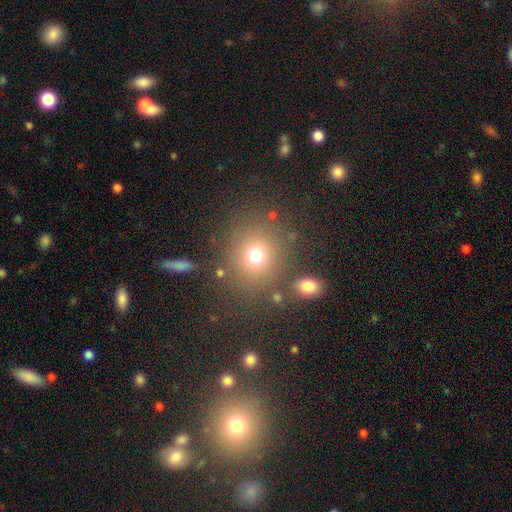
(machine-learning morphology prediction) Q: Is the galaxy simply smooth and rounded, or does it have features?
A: smooth — 72%.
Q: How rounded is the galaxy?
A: round — 83%.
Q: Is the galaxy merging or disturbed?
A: none — 79%.